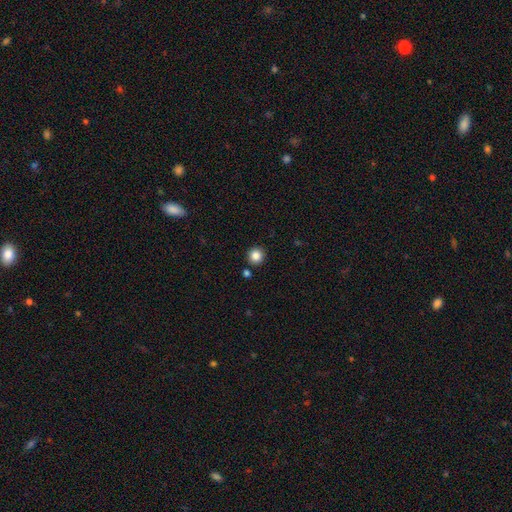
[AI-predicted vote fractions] Smooth or featured? smooth (85%)
How rounded? round (95%)
Merging? none (89%)